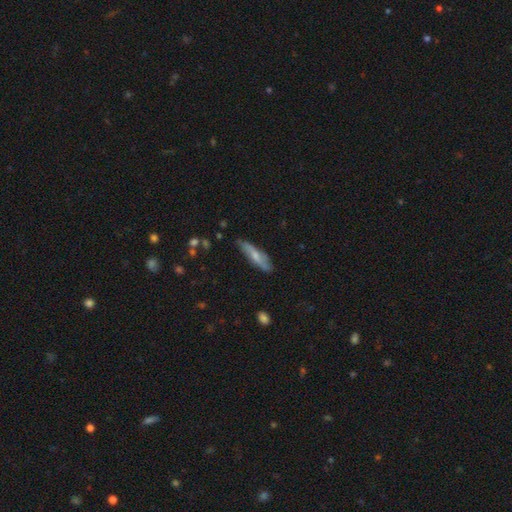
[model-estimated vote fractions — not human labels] Smooth or featured: smooth — 56% (featured or disk — 37%)
How rounded: cigar-shaped — 72% (in between — 26%)
Merging: none — 76% (minor disturbance — 19%)